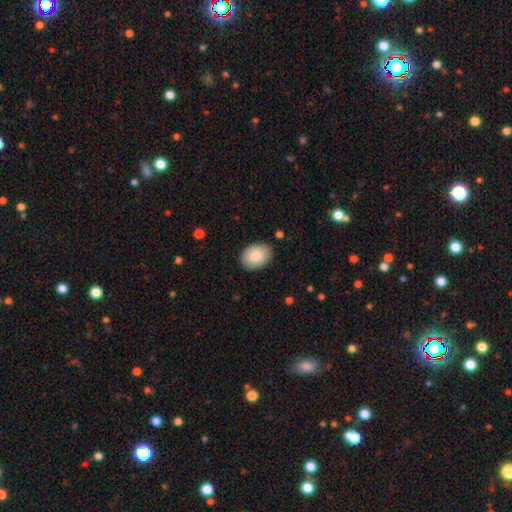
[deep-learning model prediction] Smooth or featured?
  - smooth: 84% *
  - featured or disk: 10%
  - star or artifact: 6%
How rounded?
  - in between: 76% *
  - round: 23%
  - cigar-shaped: 1%
Merging?
  - none: 87% *
  - minor disturbance: 10%
  - major disturbance: 2%
  - merger: 1%